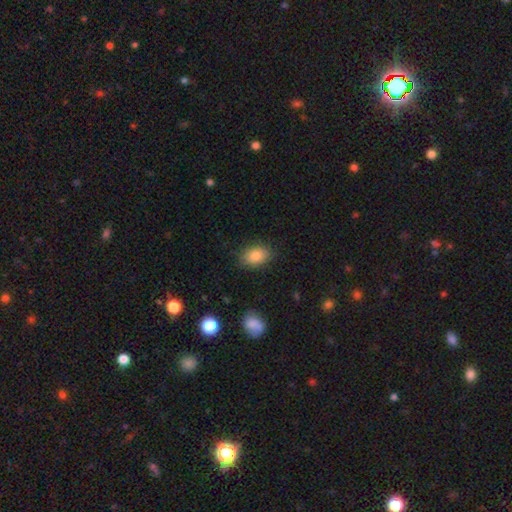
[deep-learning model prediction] smooth-or-featured: smooth: 84% | star or artifact: 8% | featured or disk: 8%
  how-rounded: in between: 80% | round: 19% | cigar-shaped: 1%
  merging: none: 84% | minor disturbance: 12% | major disturbance: 3% | merger: 1%